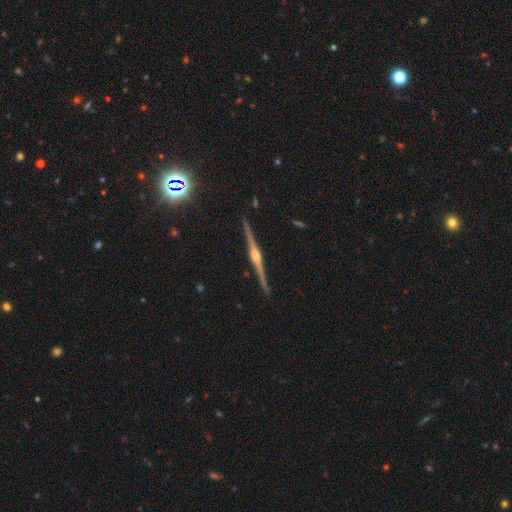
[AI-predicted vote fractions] Smooth or featured: featured or disk — 89% (smooth — 6%)
Edge-on disk: yes — 99% (no — 1%)
Edge-on bulge: rounded — 90% (boxy — 7%)
Merging: none — 91% (minor disturbance — 7%)